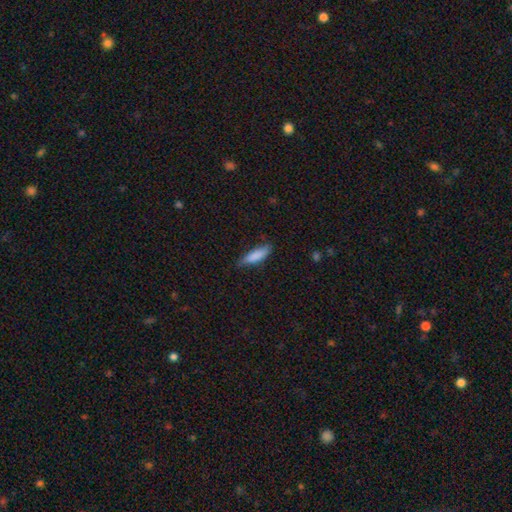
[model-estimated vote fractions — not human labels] smooth 83%, featured or disk 10%, star or artifact 6%. Down the decision tree: how rounded — cigar-shaped (55%); merging — none (70%).